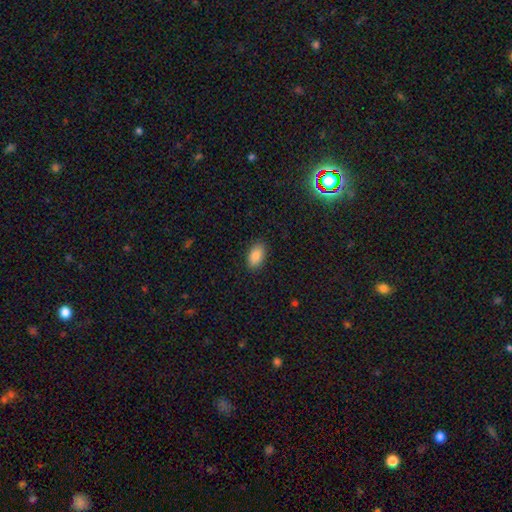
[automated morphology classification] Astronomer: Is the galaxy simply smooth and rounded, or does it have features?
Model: smooth — 86%.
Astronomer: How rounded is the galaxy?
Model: in between — 93%.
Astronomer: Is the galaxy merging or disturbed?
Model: none — 88%.